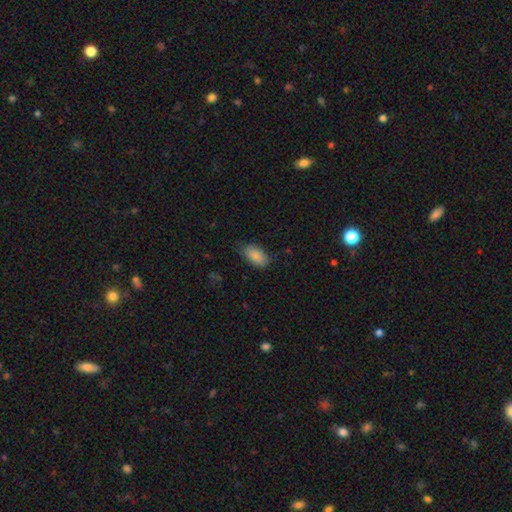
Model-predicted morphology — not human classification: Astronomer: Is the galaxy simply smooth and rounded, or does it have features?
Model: smooth — 86%.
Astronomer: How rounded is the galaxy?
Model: in between — 94%.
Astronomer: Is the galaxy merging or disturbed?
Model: none — 75%.